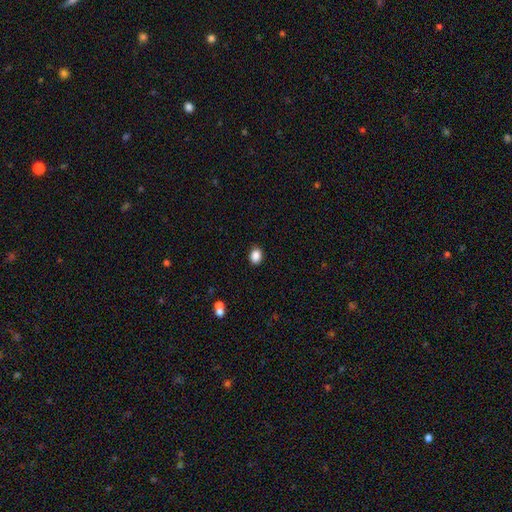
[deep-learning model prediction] Smooth or featured?
  - smooth: 88% *
  - star or artifact: 9%
  - featured or disk: 3%
How rounded?
  - in between: 64% *
  - round: 35%
  - cigar-shaped: 1%
Merging?
  - none: 88% *
  - minor disturbance: 8%
  - major disturbance: 2%
  - merger: 2%